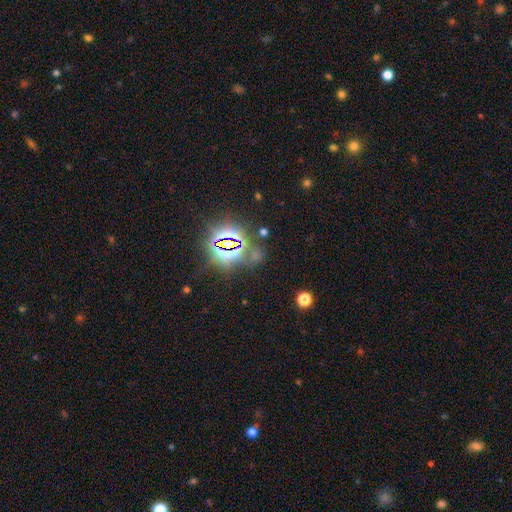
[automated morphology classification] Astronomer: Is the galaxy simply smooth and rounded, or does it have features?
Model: star or artifact — 74%.